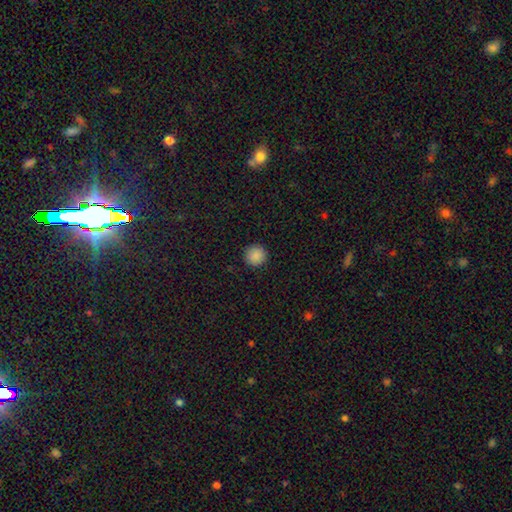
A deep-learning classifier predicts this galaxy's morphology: Smooth or featured? smooth (88%)
How rounded? round (95%)
Merging? none (92%)